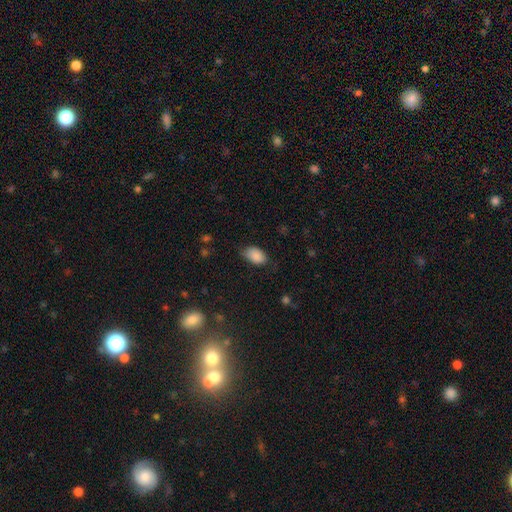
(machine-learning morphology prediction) type=smooth (88%); roundness=in between (92%); merging=none (72%).